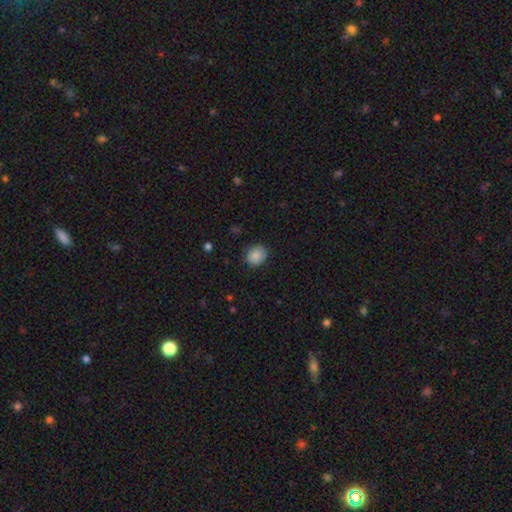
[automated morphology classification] This appears to be a smooth galaxy with no disk features (88%) that is round (67%). Merging: none (85%).